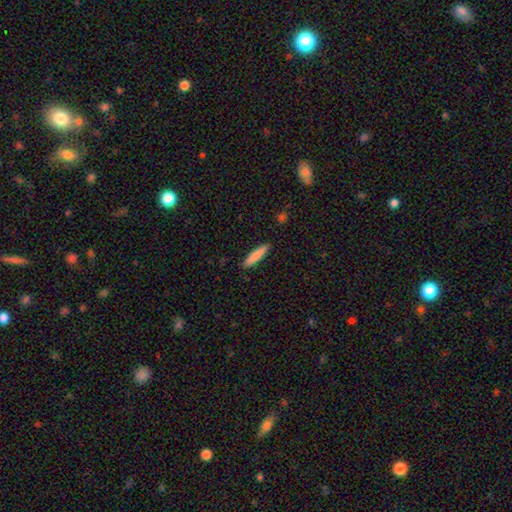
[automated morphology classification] A smooth galaxy with no disk features (81%) that is cigar-shaped (87%). Merging: none (90%).